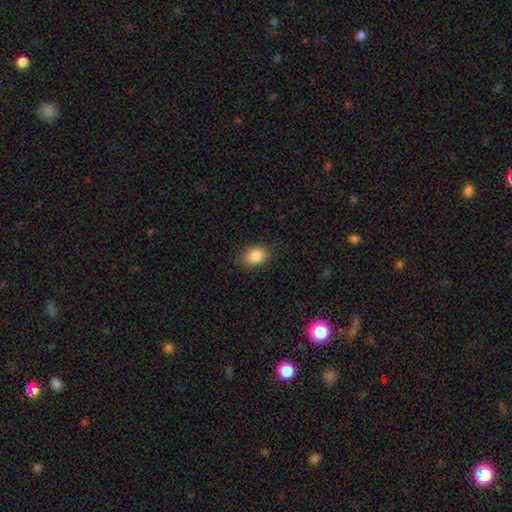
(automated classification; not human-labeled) A smooth galaxy with no disk features (85%) that is in between round and cigar-shaped (71%).

Vote fractions:
- Smooth or featured? smooth: 85% / star or artifact: 9% / featured or disk: 7%
- How rounded? in between: 71% / round: 28% / cigar-shaped: 1%
- Merging? none: 83% / minor disturbance: 13% / major disturbance: 3% / merger: 1%